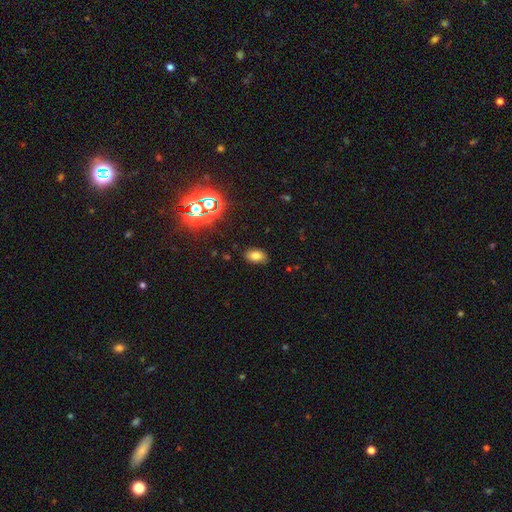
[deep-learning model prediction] Smooth or featured? Predicted: smooth (p=0.75). How rounded? Predicted: in between (p=0.88). Merging? Predicted: none (p=0.86).